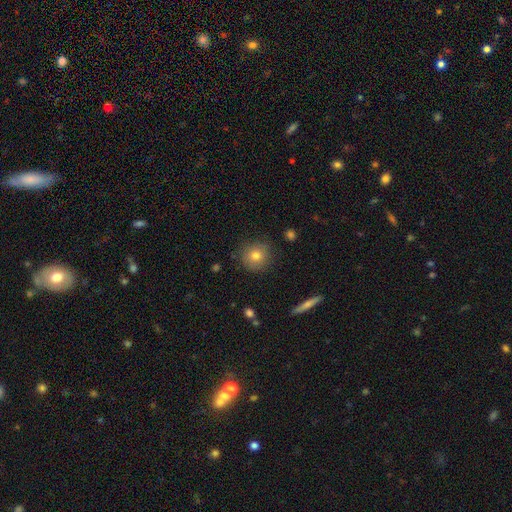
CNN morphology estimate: The model was most divided on "smooth or featured": smooth: 78%, featured or disk: 12%, star or artifact: 10%. More confident: how rounded — round (91%); merging — none (85%).